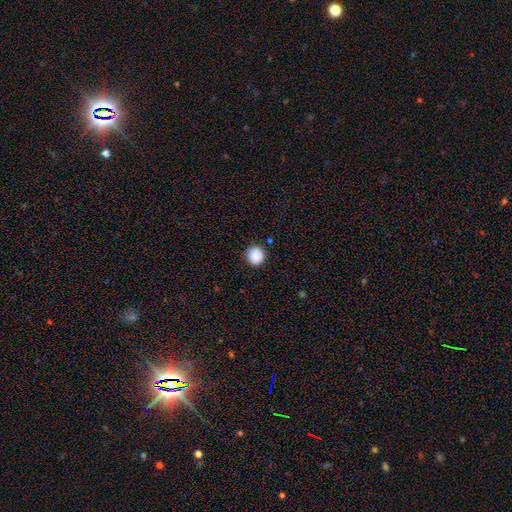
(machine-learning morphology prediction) This is clearly a smooth galaxy (89%). How rounded: clearly round (92%). Merging: clearly none (90%).